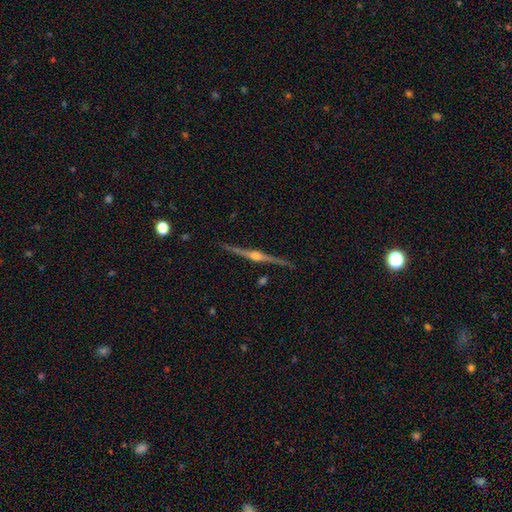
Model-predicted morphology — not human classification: This is clearly a featured or disk galaxy (89%). It is clearly viewed edge-on (99%). Edge-on bulge: clearly rounded (94%). Merging: clearly none (90%).